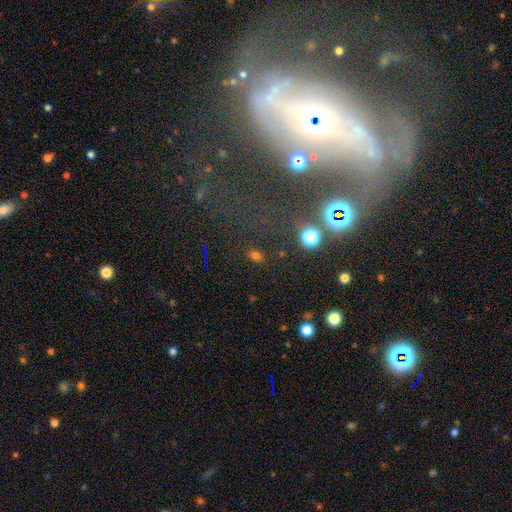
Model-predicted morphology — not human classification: This is likely a smooth galaxy (61%). How rounded: possibly in between (58%). Merging: clearly none (80%).